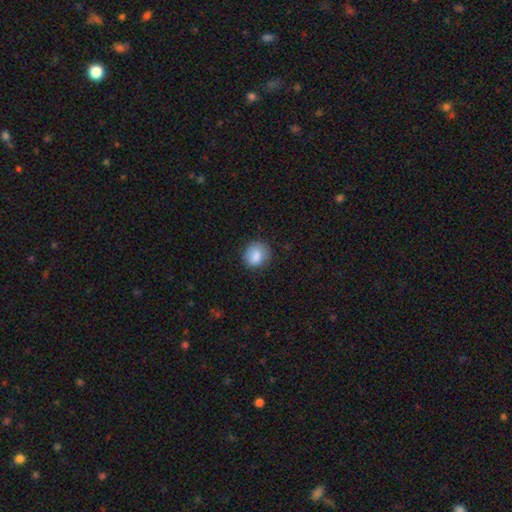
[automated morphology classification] This is clearly a smooth galaxy (86%). How rounded: likely round (75%). Merging: likely none (79%).